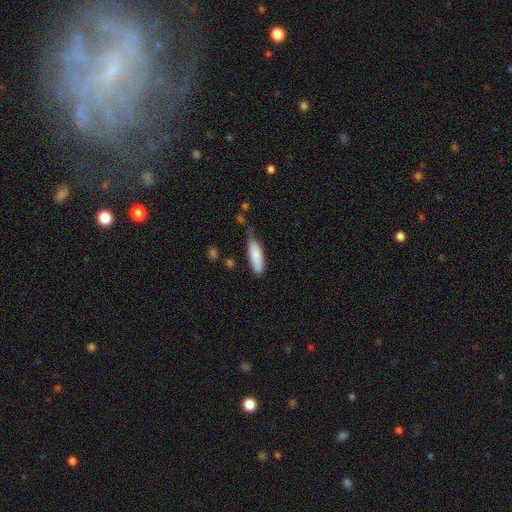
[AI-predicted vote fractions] smooth-or-featured: smooth: 83% | featured or disk: 11% | star or artifact: 6%
  how-rounded: in between: 53% | cigar-shaped: 45% | round: 2%
  merging: none: 47% | minor disturbance: 39% | major disturbance: 10% | merger: 4%